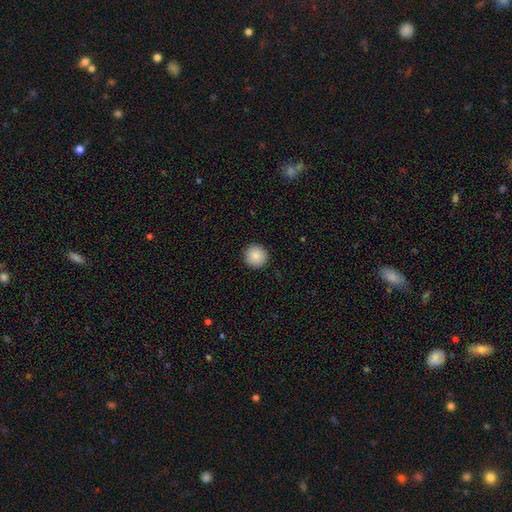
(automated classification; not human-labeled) smooth-or-featured: smooth: 87% | star or artifact: 8% | featured or disk: 4%
  how-rounded: round: 95% | in between: 4% | cigar-shaped: 1%
  merging: none: 93% | minor disturbance: 5% | major disturbance: 2% | merger: 1%